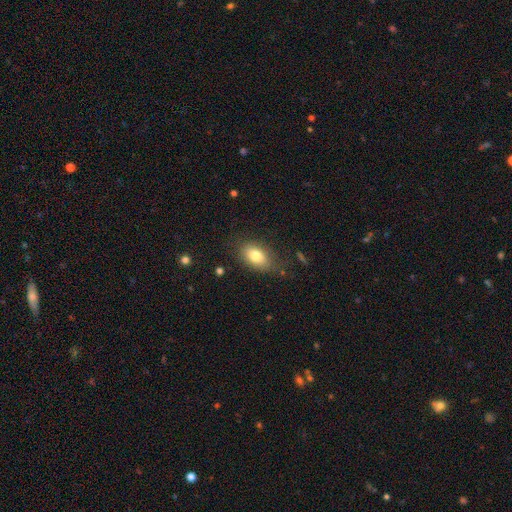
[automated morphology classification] This is likely a smooth galaxy (78%). How rounded: clearly in between (87%). Merging: likely none (77%).